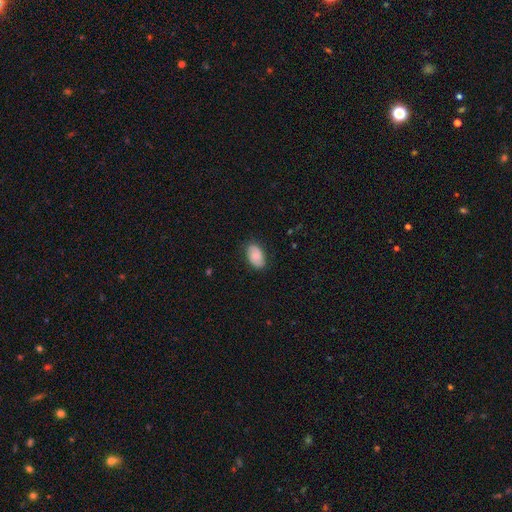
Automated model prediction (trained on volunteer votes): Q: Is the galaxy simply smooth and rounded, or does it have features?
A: smooth — 70%.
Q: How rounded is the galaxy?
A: in between — 92%.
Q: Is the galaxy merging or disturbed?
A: none — 80%.